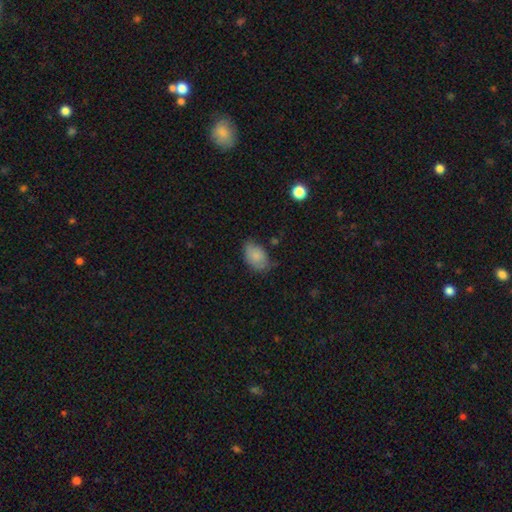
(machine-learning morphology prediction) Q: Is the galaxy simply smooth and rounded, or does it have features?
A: smooth — 80%.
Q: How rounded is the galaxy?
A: in between — 86%.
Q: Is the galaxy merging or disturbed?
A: none — 55%.